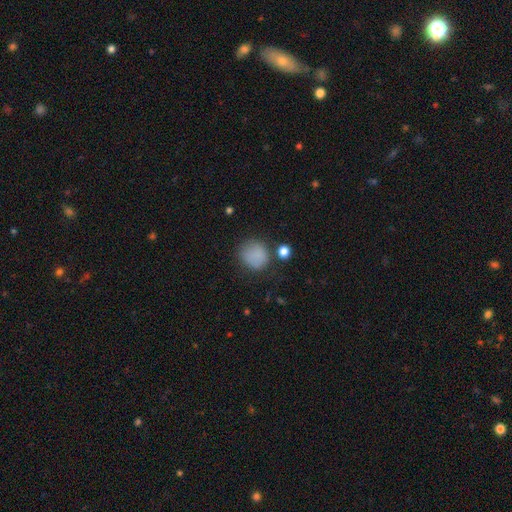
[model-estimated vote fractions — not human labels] Overall: smooth (82%). How rounded: round (85%). Merging: none (67%).